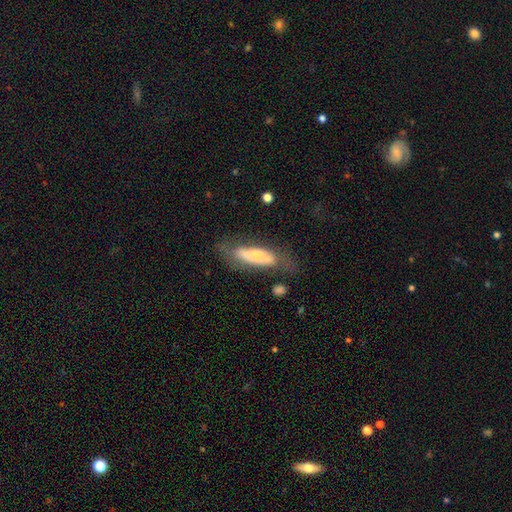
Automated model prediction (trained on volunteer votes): Smooth or featured: smooth — 50% (featured or disk — 43%)
How rounded: in between — 52% (cigar-shaped — 46%)
Merging: none — 56% (minor disturbance — 24%)